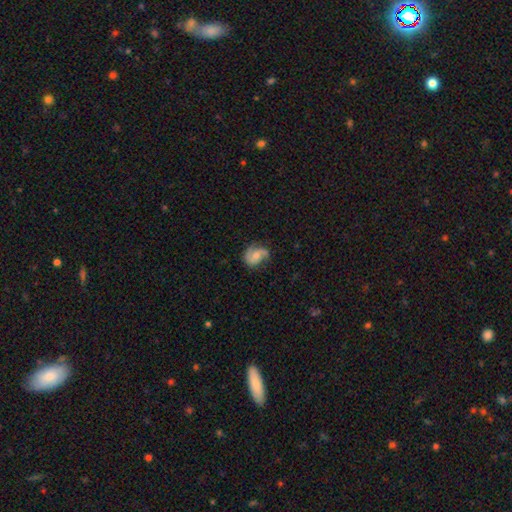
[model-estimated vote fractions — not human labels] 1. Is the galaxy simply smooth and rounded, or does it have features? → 65% featured or disk, 28% smooth, 7% star or artifact.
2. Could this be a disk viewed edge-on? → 97% no, 3% yes.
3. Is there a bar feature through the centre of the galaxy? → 61% no, 32% weak, 7% strong.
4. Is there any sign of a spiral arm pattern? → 92% yes, 8% no.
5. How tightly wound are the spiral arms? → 42% medium, 40% loose, 18% tight.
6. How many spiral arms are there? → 78% 2, 11% 1, 7% can't tell, 3% 3, 1% 4, 1% more than 4.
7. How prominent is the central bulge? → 49% moderate, 42% small, 5% none, 3% large, 1% dominant.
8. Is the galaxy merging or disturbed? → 62% none, 25% minor disturbance, 11% major disturbance, 2% merger.